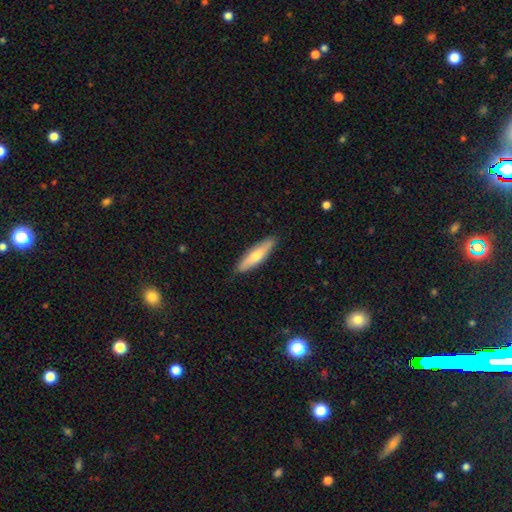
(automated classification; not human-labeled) A smooth galaxy with no disk features (59%) that is cigar-shaped (74%).

Vote fractions:
- Smooth or featured? smooth: 59% / featured or disk: 35% / star or artifact: 6%
- How rounded? cigar-shaped: 74% / in between: 24% / round: 2%
- Merging? none: 88% / minor disturbance: 9% / major disturbance: 2% / merger: 1%